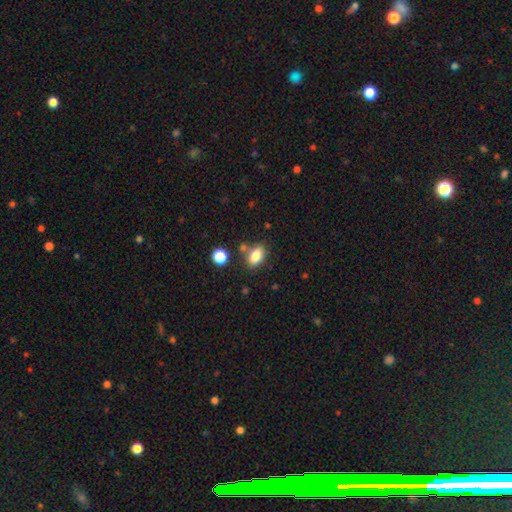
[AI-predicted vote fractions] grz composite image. It shows a smooth galaxy with no disk features (83%) that is in between round and cigar-shaped (86%). Merging: none (74%).